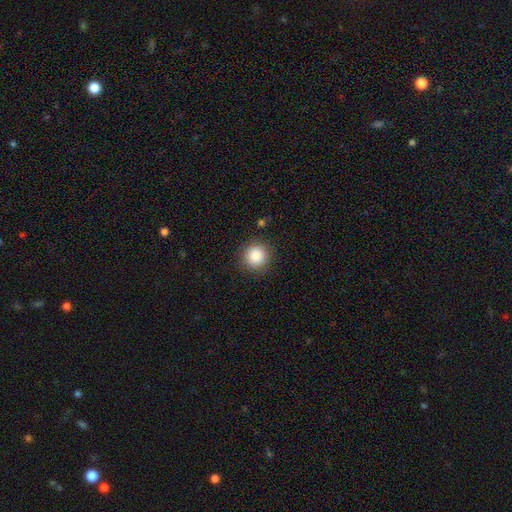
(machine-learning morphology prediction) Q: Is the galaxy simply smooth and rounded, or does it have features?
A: smooth — 86%.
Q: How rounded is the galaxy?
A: round — 94%.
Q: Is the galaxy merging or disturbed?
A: none — 89%.